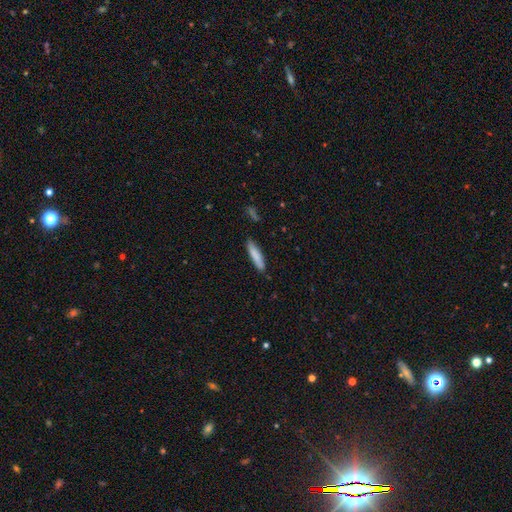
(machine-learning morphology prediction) This is clearly a smooth galaxy (83%). How rounded: clearly cigar-shaped (82%). Merging: clearly none (85%).